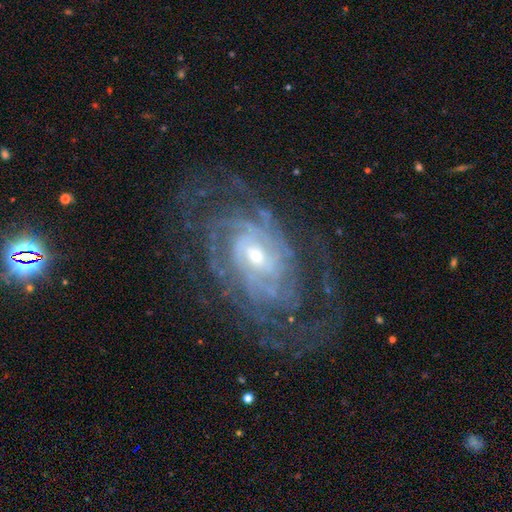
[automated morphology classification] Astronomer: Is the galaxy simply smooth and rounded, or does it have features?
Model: featured or disk — 90%.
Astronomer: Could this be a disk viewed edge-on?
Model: no — 95%.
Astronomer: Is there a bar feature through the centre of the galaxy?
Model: no — 45% (runner-up: weak, 39%).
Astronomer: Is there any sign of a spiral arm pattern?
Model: yes — 96%.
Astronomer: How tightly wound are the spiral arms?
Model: tight — 70%.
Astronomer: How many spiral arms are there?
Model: can't tell — 34% (runner-up: 2, 18%).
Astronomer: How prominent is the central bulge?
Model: small — 52% (runner-up: moderate, 43%).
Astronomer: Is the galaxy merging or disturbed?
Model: none — 72%.